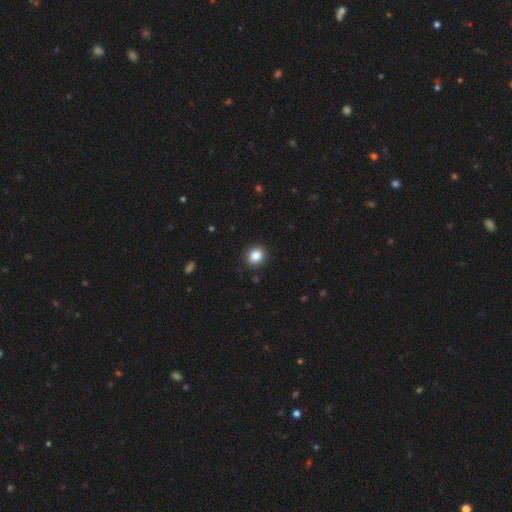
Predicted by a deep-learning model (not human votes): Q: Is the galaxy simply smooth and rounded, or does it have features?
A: smooth — 87%.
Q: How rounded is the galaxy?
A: round — 70%.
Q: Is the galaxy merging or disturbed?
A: none — 91%.